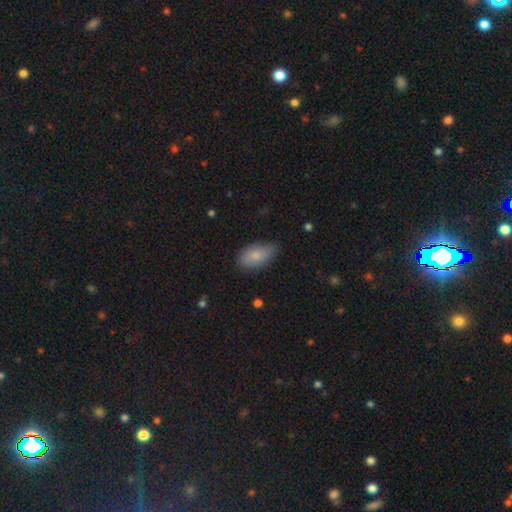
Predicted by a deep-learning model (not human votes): This appears to be a smooth galaxy with no disk features (80%) that is in between round and cigar-shaped (93%). Merging: none (72%).